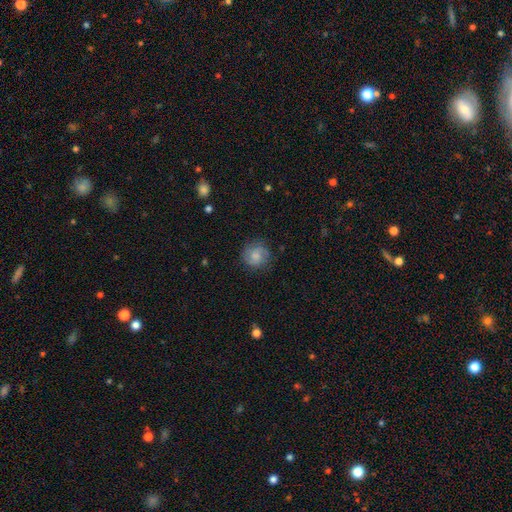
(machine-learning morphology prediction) Smooth or featured: smooth — 51% (featured or disk — 40%)
How rounded: round — 88% (in between — 11%)
Merging: none — 79% (minor disturbance — 14%)